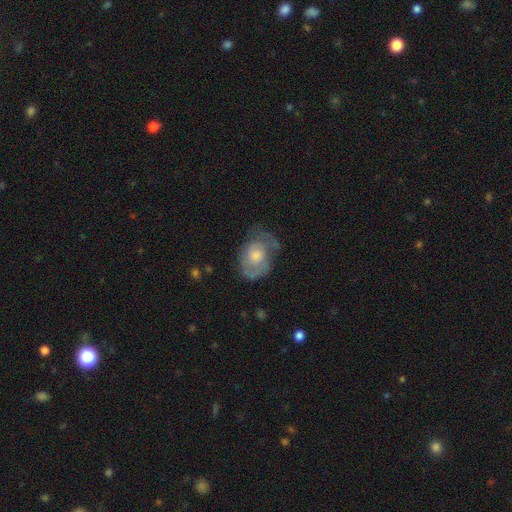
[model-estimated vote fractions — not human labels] Q: Smooth or featured?
A: featured or disk (52%); runner-up: smooth (40%)
Q: Edge-on disk?
A: no (96%); runner-up: yes (4%)
Q: Bar?
A: no (81%); runner-up: weak (16%)
Q: Spiral arms?
A: yes (58%); runner-up: no (42%)
Q: Bulge size?
A: moderate (51%); runner-up: small (21%)
Q: Merging?
A: none (48%); runner-up: minor disturbance (30%)